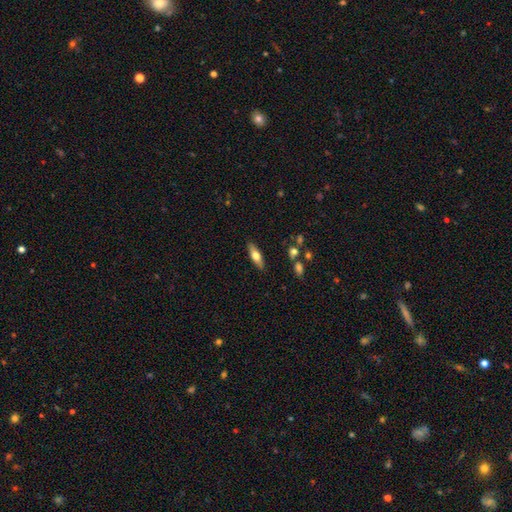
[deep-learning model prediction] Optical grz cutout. It shows a smooth galaxy with no disk features (57%) that is in between round and cigar-shaped (50%). Merging: none (87%).